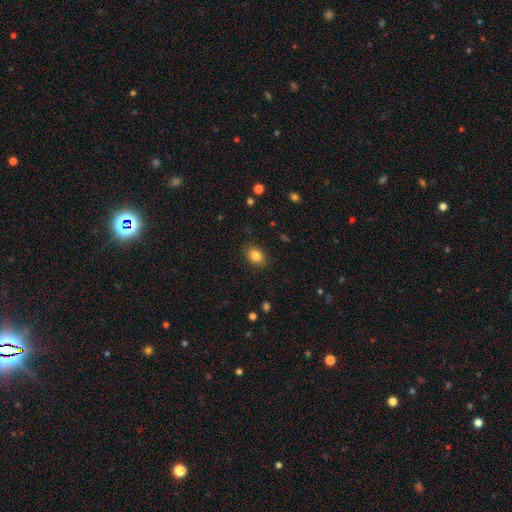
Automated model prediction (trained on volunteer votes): smooth-or-featured: smooth: 84% | star or artifact: 9% | featured or disk: 7%
  how-rounded: in between: 77% | round: 22% | cigar-shaped: 1%
  merging: none: 86% | minor disturbance: 10% | major disturbance: 3% | merger: 1%